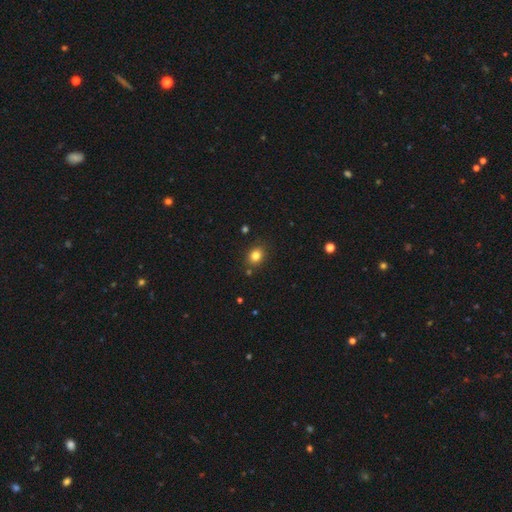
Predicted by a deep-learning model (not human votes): smooth 81%, star or artifact 13%, featured or disk 7%. Down the decision tree: how rounded — round (64%); merging — none (83%).